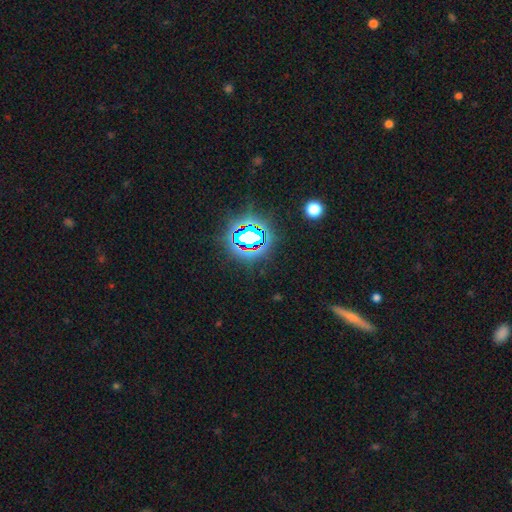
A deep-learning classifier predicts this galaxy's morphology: This appears to be a star or artifact, not a galaxy (77%).